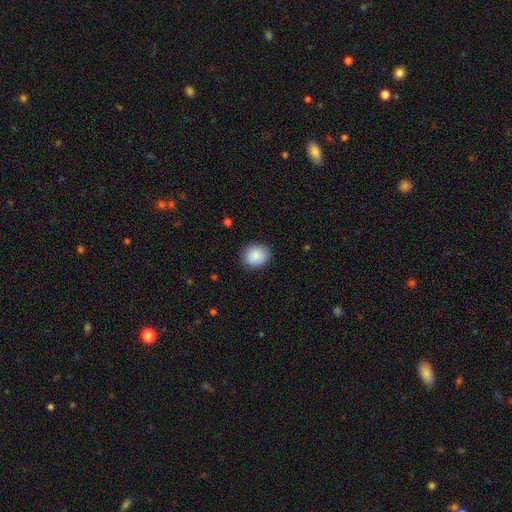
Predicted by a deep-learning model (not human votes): The model was most divided on "how rounded": round: 70%, in between: 29%, cigar-shaped: 1%. More confident: smooth or featured — smooth (89%); merging — none (88%).